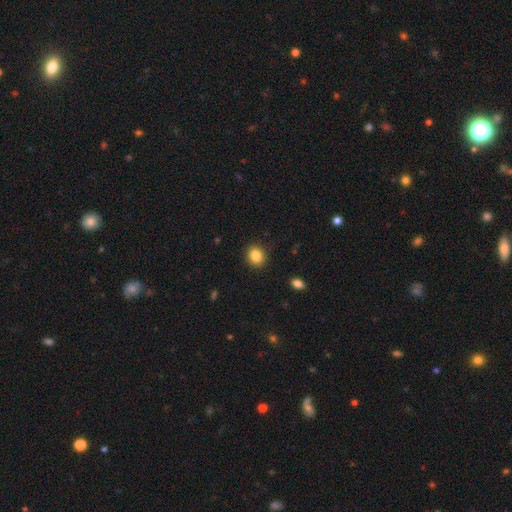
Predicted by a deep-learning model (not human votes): Smooth or featured? Predicted: smooth (p=0.85). How rounded? Predicted: round (p=0.69). Merging? Predicted: none (p=0.90).